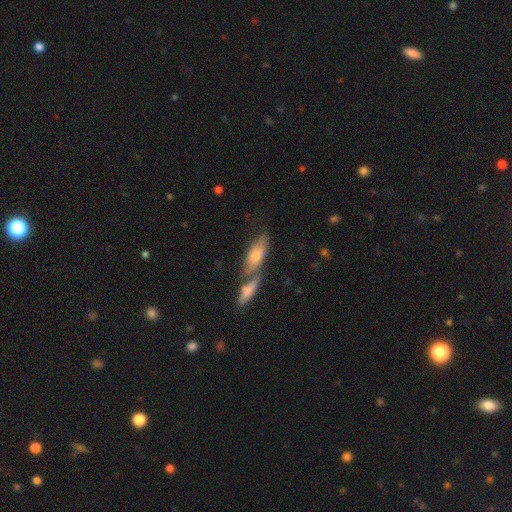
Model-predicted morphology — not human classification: Smooth or featured? Predicted: smooth (p=0.61). How rounded? Predicted: in between (p=0.64). Merging? Predicted: merger (p=0.47).